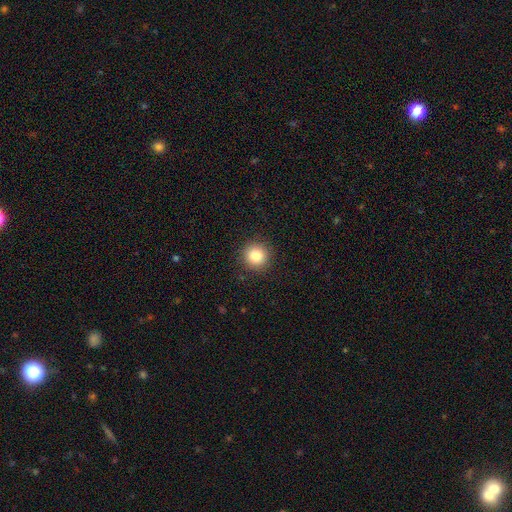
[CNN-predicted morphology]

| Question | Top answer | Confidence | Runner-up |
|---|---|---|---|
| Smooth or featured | smooth | 84% | star or artifact (10%) |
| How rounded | round | 95% | in between (5%) |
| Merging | none | 91% | minor disturbance (6%) |